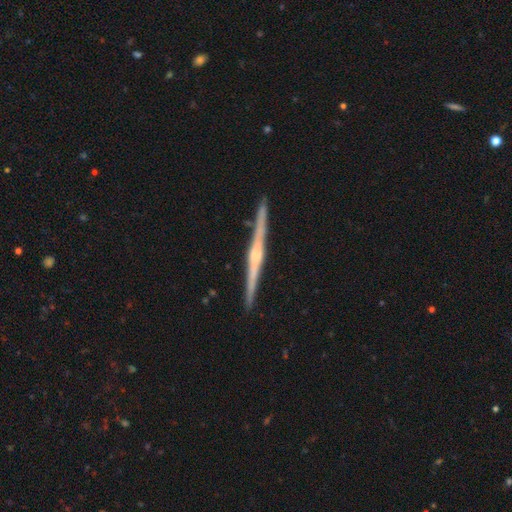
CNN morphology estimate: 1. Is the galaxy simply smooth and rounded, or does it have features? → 85% featured or disk, 10% smooth, 5% star or artifact.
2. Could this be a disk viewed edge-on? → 99% yes, 1% no.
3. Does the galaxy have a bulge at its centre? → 64% rounded, 22% boxy, 14% none.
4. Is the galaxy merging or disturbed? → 91% none, 6% minor disturbance, 1% major disturbance, 1% merger.